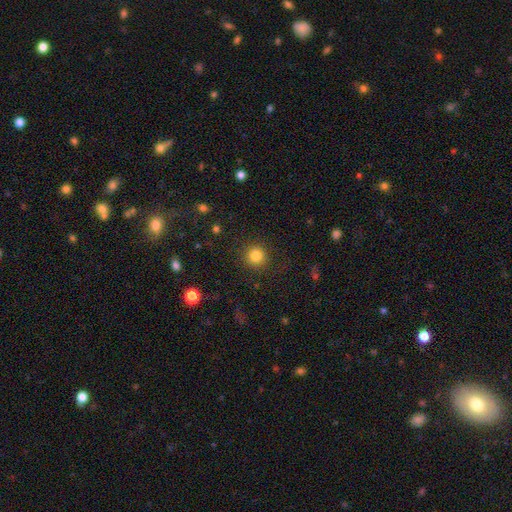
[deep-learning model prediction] Smooth or featured?
  - smooth: 83% *
  - star or artifact: 12%
  - featured or disk: 5%
How rounded?
  - round: 94% *
  - in between: 5%
  - cigar-shaped: 1%
Merging?
  - none: 89% *
  - minor disturbance: 7%
  - major disturbance: 3%
  - merger: 1%